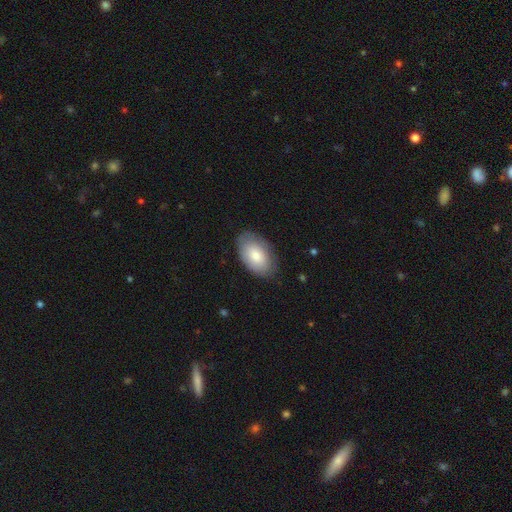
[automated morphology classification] smooth_or_featured: smooth (p=0.76) [alt: featured or disk p=0.18]
how_rounded: in between (p=0.93) [alt: round p=0.05]
merging: none (p=0.79) [alt: minor disturbance p=0.16]